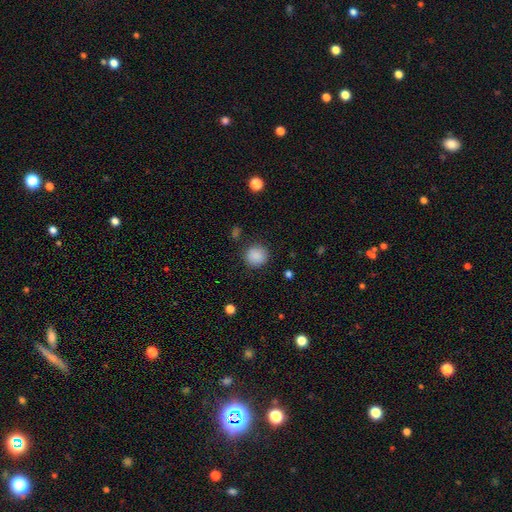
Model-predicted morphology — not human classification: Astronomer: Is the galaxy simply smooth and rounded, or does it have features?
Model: smooth — 87%.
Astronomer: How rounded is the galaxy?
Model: round — 91%.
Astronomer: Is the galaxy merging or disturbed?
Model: none — 87%.